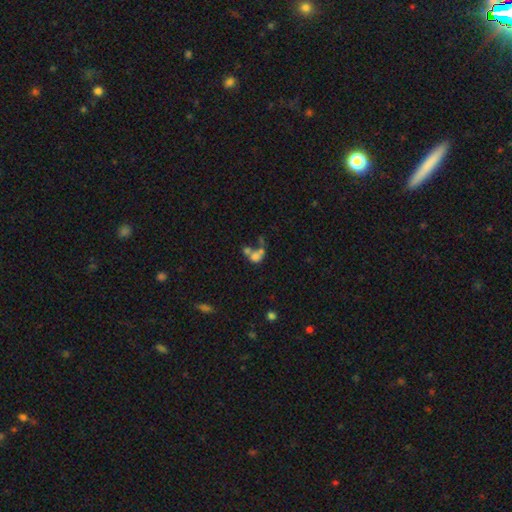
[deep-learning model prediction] A smooth galaxy with no disk features (64%) that is in between round and cigar-shaped (51%). Merging: merger (58%).